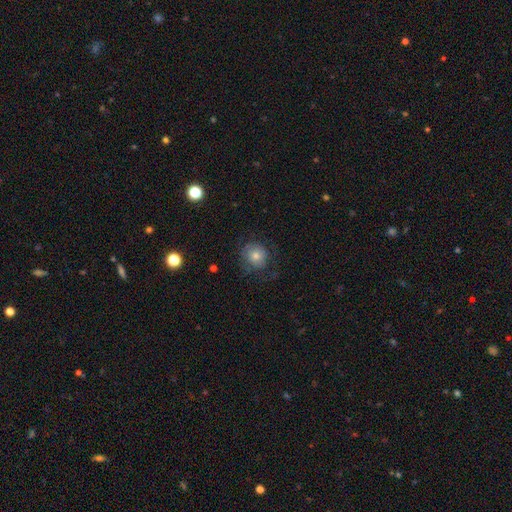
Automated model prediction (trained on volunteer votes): Morphology: type=smooth (60%); roundness=round (88%); merging=none (68%).